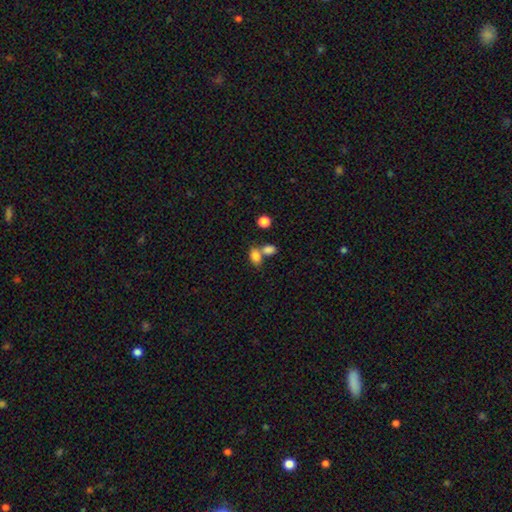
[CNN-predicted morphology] smooth-or-featured: smooth: 82% | star or artifact: 10% | featured or disk: 8%
  how-rounded: in between: 82% | round: 16% | cigar-shaped: 2%
  merging: merger: 47% | none: 38% | minor disturbance: 10% | major disturbance: 5%